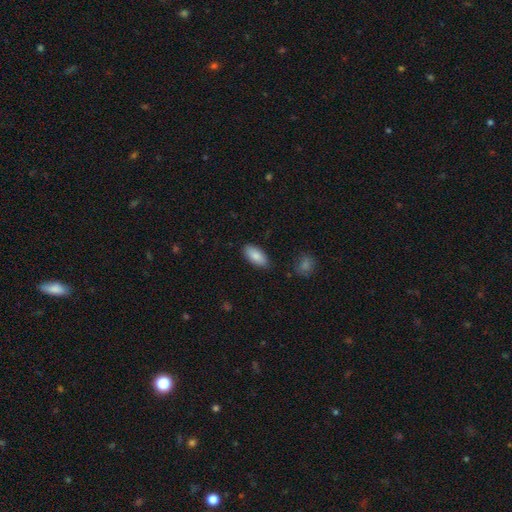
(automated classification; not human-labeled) smooth-or-featured: smooth: 86% | featured or disk: 8% | star or artifact: 6%
  how-rounded: in between: 91% | cigar-shaped: 7% | round: 2%
  merging: none: 85% | minor disturbance: 11% | major disturbance: 2% | merger: 2%